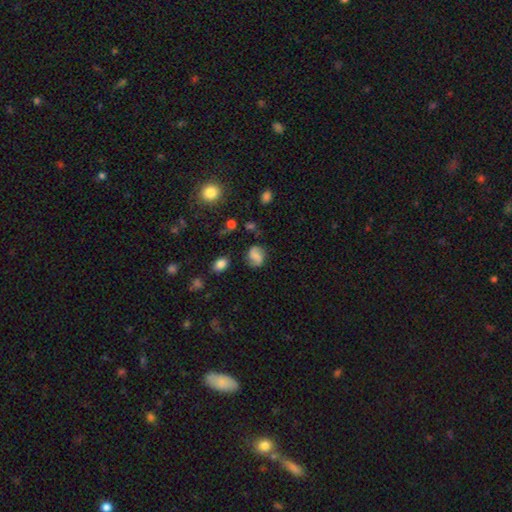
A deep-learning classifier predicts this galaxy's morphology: smooth-or-featured: featured or disk: 48% | smooth: 42% | star or artifact: 10%
  merging: none: 74% | minor disturbance: 17% | major disturbance: 6% | merger: 3%